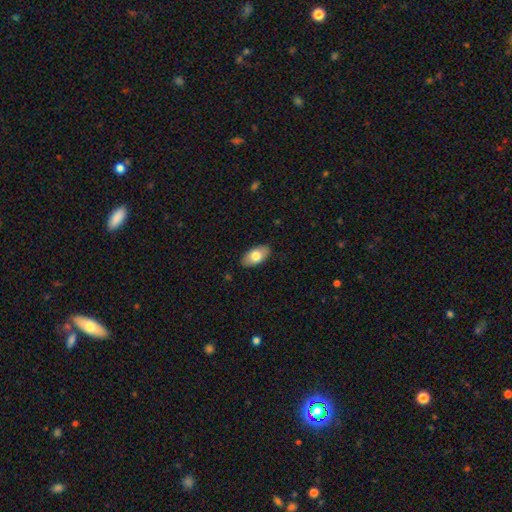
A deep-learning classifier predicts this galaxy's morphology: Smooth or featured: smooth — 76% (featured or disk — 18%)
How rounded: in between — 94% (round — 4%)
Merging: none — 87% (minor disturbance — 10%)